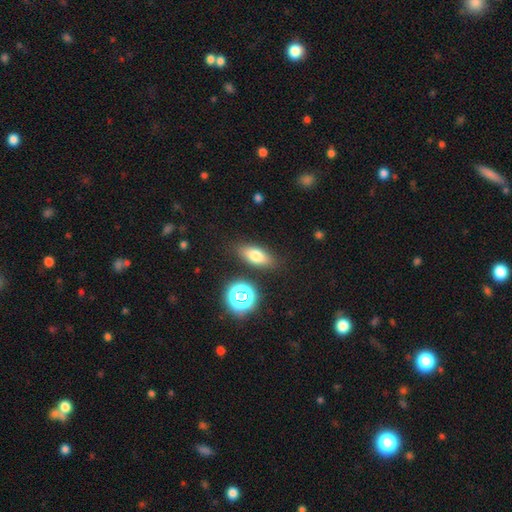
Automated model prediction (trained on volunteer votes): Smooth or featured? smooth (71%)
How rounded? in between (74%)
Merging? none (84%)